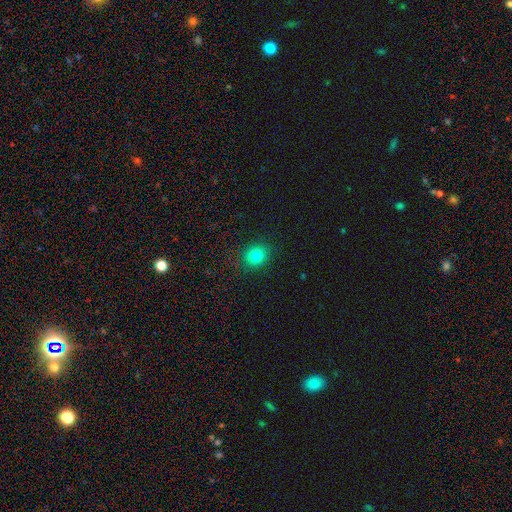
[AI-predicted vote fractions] smooth 82%, star or artifact 13%, featured or disk 6%. Down the decision tree: how rounded — round (76%); merging — none (87%).